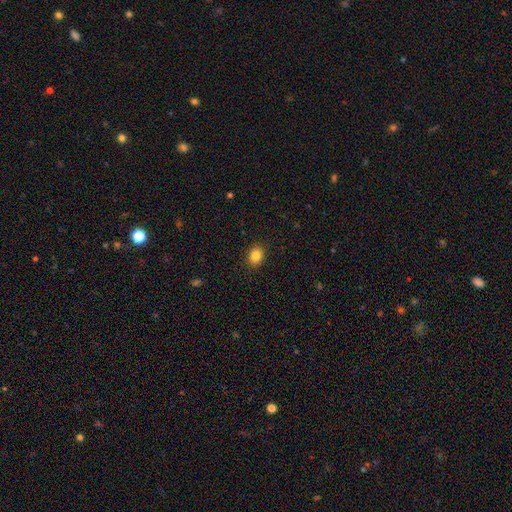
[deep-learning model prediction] Smooth or featured? smooth (85%)
How rounded? round (51%)
Merging? none (90%)